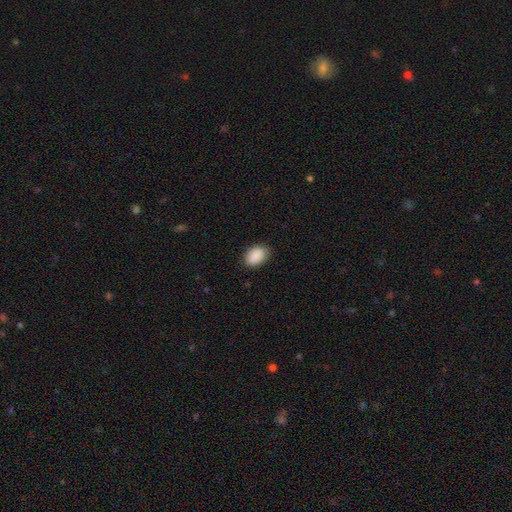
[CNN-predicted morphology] Q: Smooth or featured?
A: smooth (90%); runner-up: star or artifact (7%)
Q: How rounded?
A: in between (82%); runner-up: round (17%)
Q: Merging?
A: none (82%); runner-up: minor disturbance (15%)